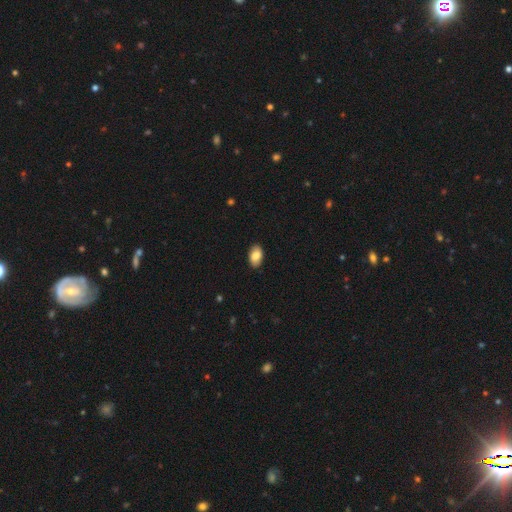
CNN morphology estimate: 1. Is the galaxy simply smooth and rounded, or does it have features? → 84% smooth, 9% featured or disk, 7% star or artifact.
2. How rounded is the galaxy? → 93% in between, 6% round, 1% cigar-shaped.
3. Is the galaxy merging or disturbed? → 88% none, 9% minor disturbance, 2% major disturbance, 1% merger.